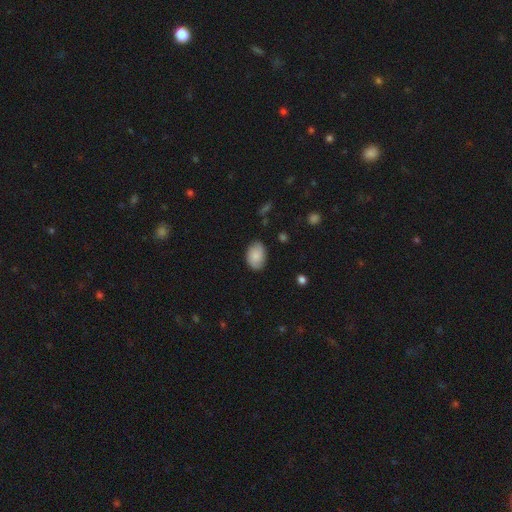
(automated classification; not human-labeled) smooth-or-featured: smooth: 79% | featured or disk: 14% | star or artifact: 7%
  how-rounded: in between: 82% | round: 17% | cigar-shaped: 1%
  merging: none: 80% | minor disturbance: 16% | major disturbance: 3% | merger: 1%